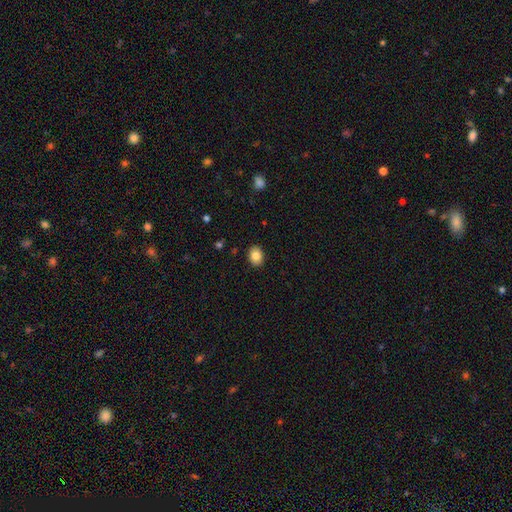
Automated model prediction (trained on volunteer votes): Smooth or featured?
  - smooth: 84% *
  - star or artifact: 9%
  - featured or disk: 7%
How rounded?
  - in between: 63% *
  - round: 36%
  - cigar-shaped: 1%
Merging?
  - none: 90% *
  - minor disturbance: 7%
  - major disturbance: 2%
  - merger: 1%